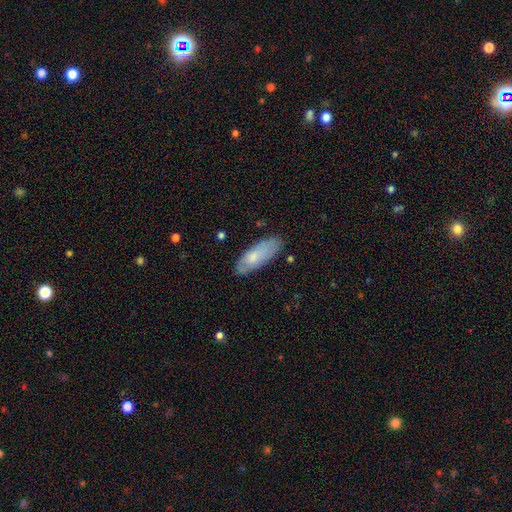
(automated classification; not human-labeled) The model was most divided on "how rounded": in between: 70%, cigar-shaped: 28%, round: 2%. More confident: merging — none (75%); smooth or featured — smooth (70%).